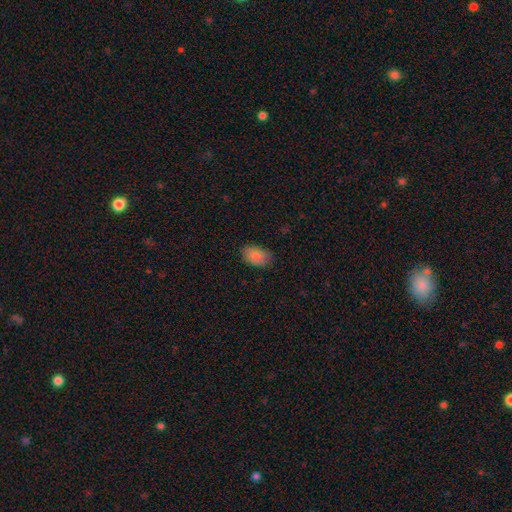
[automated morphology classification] type=smooth (85%); roundness=in between (88%); merging=none (83%).